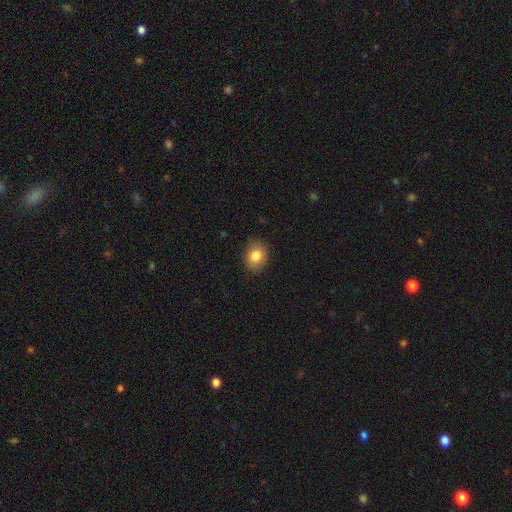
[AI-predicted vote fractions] smooth_or_featured: smooth (p=0.83) [alt: star or artifact p=0.09]
how_rounded: round (p=0.52) [alt: in between p=0.47]
merging: none (p=0.85) [alt: minor disturbance p=0.12]